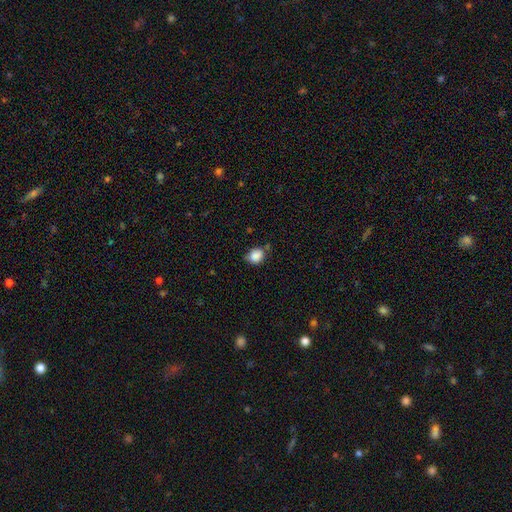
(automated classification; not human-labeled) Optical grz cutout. It shows a smooth galaxy with no disk features (86%) that is round (65%). Merging: none (65%).